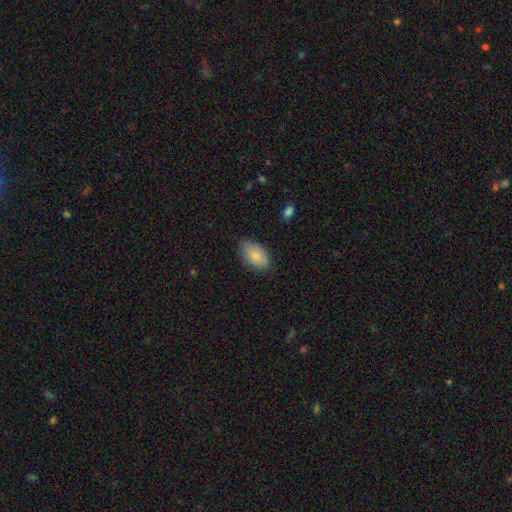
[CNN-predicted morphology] smooth-or-featured: smooth: 77% | featured or disk: 16% | star or artifact: 7%
  how-rounded: in between: 90% | round: 8% | cigar-shaped: 1%
  merging: none: 72% | minor disturbance: 23% | major disturbance: 4% | merger: 1%